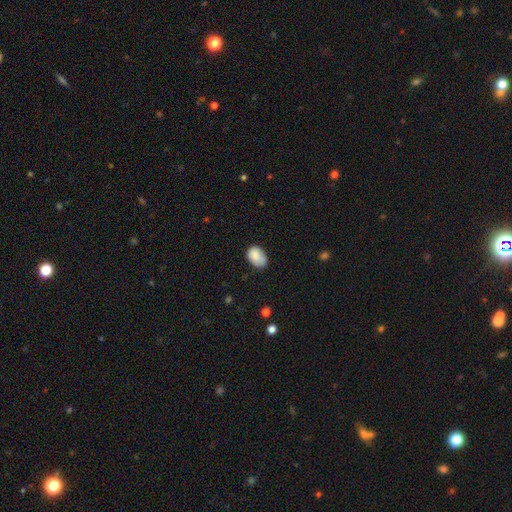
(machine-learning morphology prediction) This is clearly a smooth galaxy (84%). How rounded: clearly in between (84%). Merging: likely none (61%).